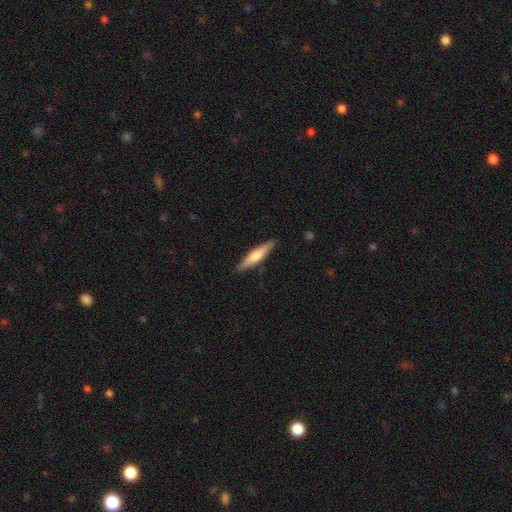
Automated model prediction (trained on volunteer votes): Smooth or featured: smooth — 56% (featured or disk — 39%)
How rounded: cigar-shaped — 86% (in between — 13%)
Merging: none — 89% (minor disturbance — 8%)